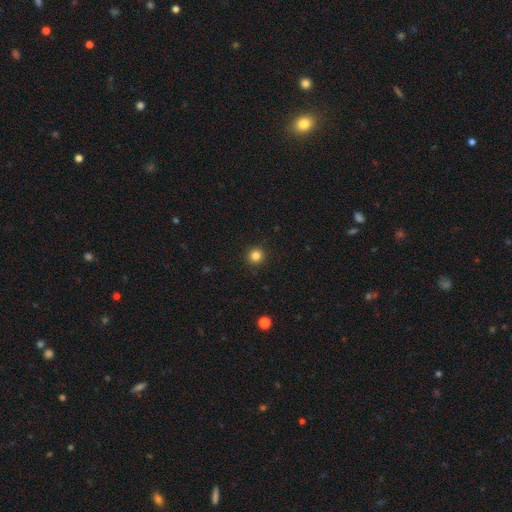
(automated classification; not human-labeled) smooth_or_featured: smooth (p=0.83) [alt: star or artifact p=0.12]
how_rounded: round (p=0.95) [alt: in between p=0.04]
merging: none (p=0.93) [alt: minor disturbance p=0.05]